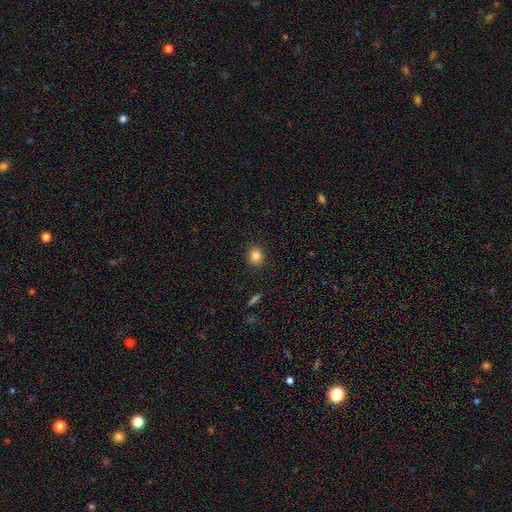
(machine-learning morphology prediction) This is clearly a smooth galaxy (83%). How rounded: likely round (77%). Merging: clearly none (90%).